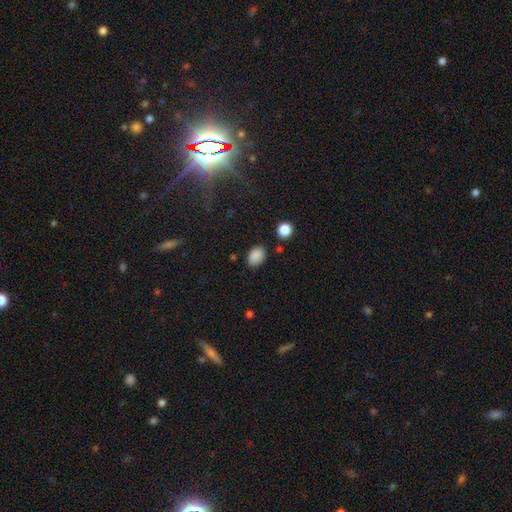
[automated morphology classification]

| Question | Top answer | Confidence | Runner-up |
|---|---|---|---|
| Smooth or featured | smooth | 87% | star or artifact (9%) |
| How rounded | in between | 77% | round (22%) |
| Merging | none | 82% | minor disturbance (12%) |